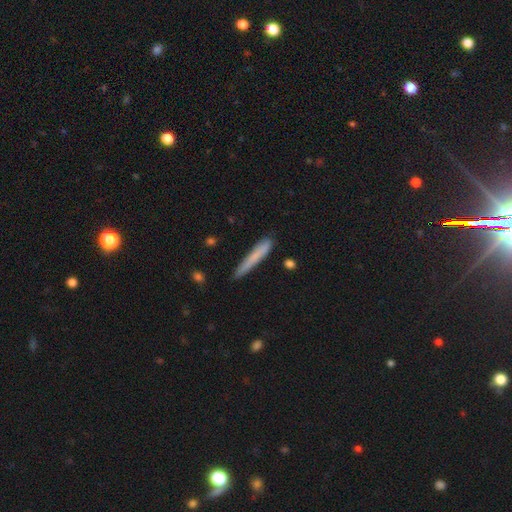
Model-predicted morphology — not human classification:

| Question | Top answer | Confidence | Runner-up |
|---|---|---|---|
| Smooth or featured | smooth | 74% | featured or disk (20%) |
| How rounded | cigar-shaped | 95% | in between (3%) |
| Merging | none | 79% | minor disturbance (16%) |